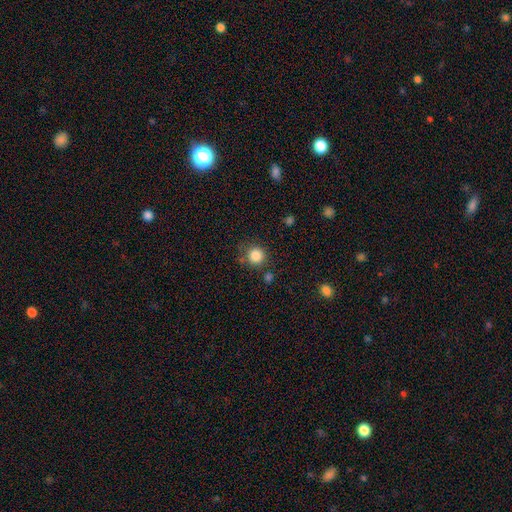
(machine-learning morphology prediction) A smooth galaxy with no disk features (85%) that is round (92%). Merging: none (76%).